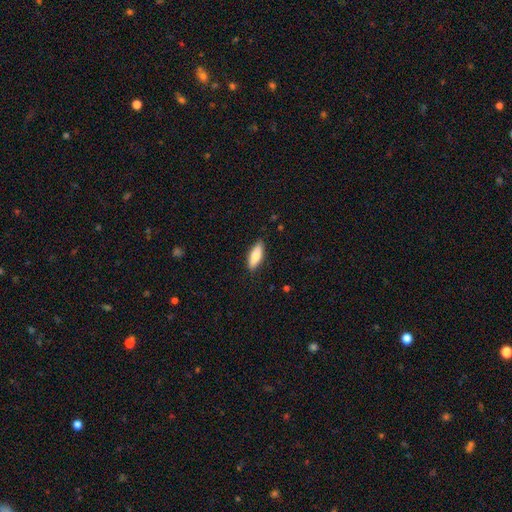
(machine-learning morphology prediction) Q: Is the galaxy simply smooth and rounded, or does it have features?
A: smooth — 72%.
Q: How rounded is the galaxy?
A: in between — 59%.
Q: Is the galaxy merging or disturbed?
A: none — 87%.